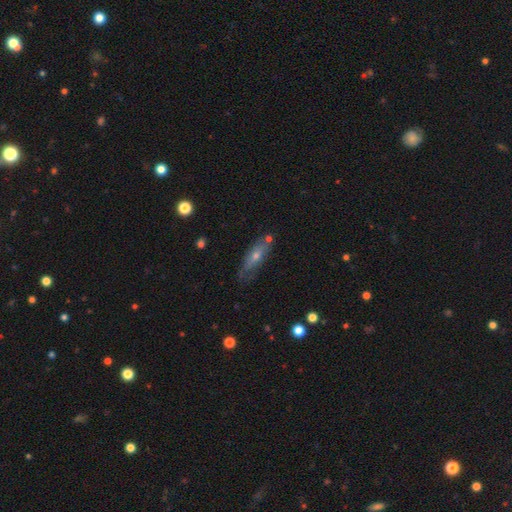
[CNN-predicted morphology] This appears to be a featured or disk galaxy (51%). Merging: none (68%).